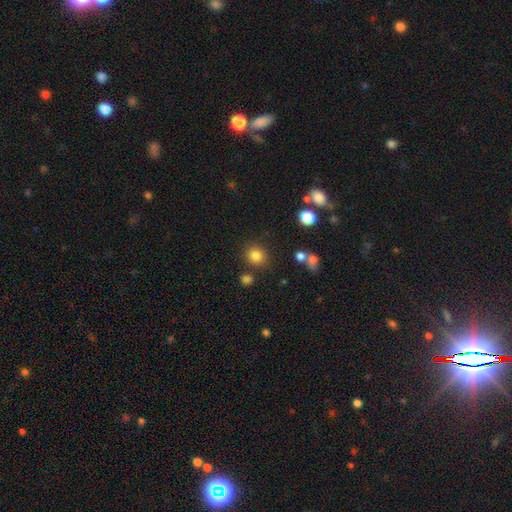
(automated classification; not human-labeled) A smooth galaxy with no disk features (82%) that is round (87%). Merging: none (82%).